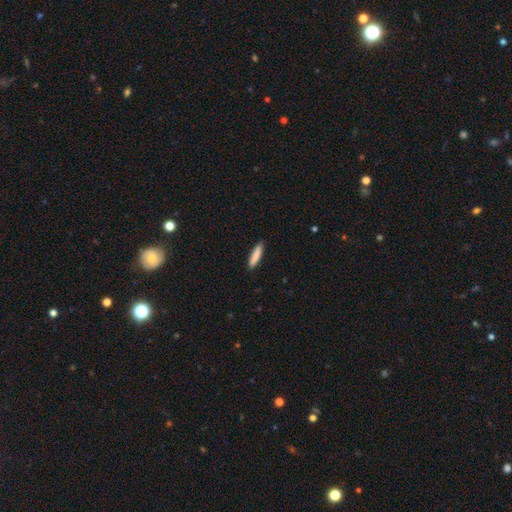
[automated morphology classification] This is clearly a smooth galaxy (86%). How rounded: clearly cigar-shaped (84%). Merging: clearly none (90%).